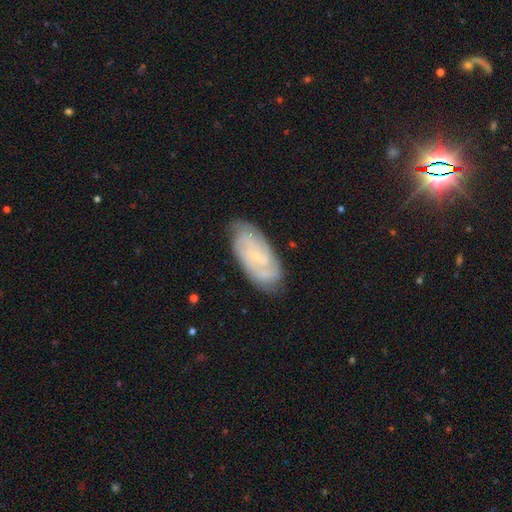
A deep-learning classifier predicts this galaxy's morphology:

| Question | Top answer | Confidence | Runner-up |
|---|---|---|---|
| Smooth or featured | featured or disk | 76% | smooth (17%) |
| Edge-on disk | no | 94% | yes (6%) |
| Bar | no | 64% | weak (30%) |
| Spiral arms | yes | 93% | no (7%) |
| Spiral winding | tight | 63% | medium (29%) |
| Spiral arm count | can't tell | 34% | 2 (26%) |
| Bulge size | small | 82% | moderate (11%) |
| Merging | none | 80% | minor disturbance (16%) |